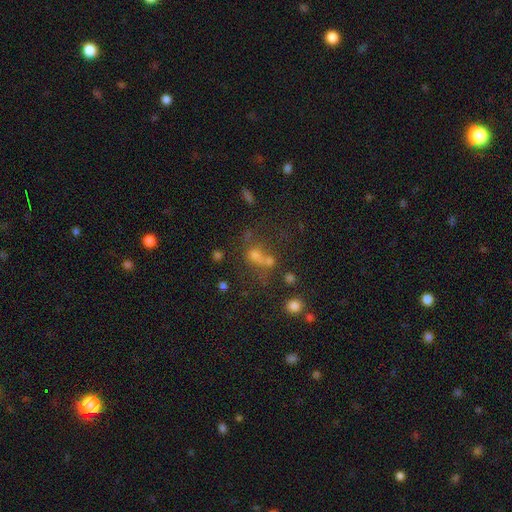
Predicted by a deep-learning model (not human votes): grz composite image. It shows a smooth galaxy with no disk features (50%) that is round (66%). Merging: merger (45%).